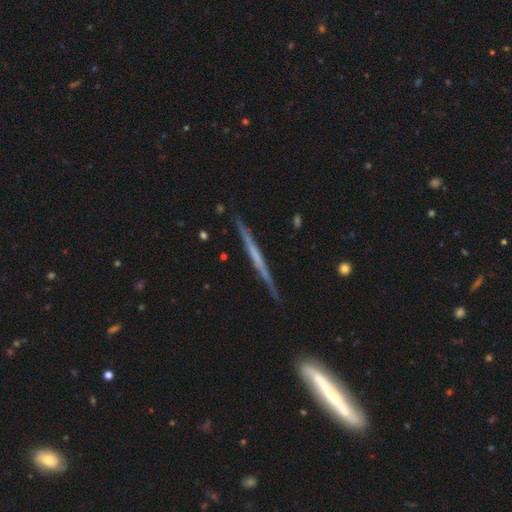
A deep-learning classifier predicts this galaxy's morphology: This is likely a featured or disk galaxy (64%). It is clearly viewed edge-on (97%). Edge-on bulge: clearly none (83%). Merging: clearly none (87%).